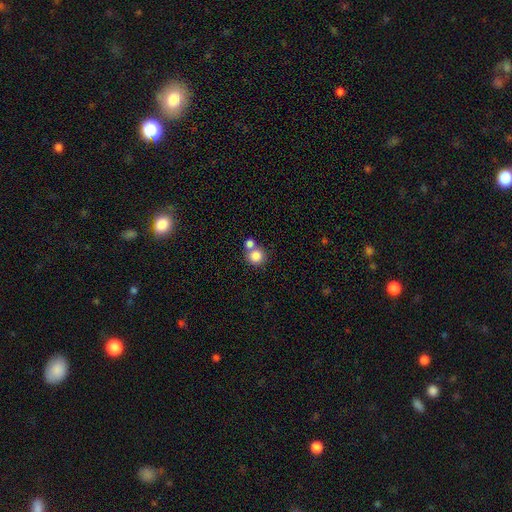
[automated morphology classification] Q: Smooth or featured?
A: smooth (83%); runner-up: star or artifact (10%)
Q: How rounded?
A: round (91%); runner-up: in between (8%)
Q: Merging?
A: none (53%); runner-up: merger (38%)